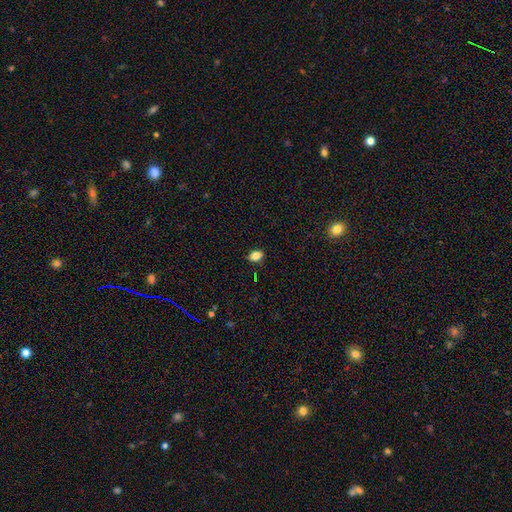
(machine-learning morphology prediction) The model was most divided on "how rounded": in between: 80%, round: 19%, cigar-shaped: 2%. More confident: merging — none (87%); smooth or featured — smooth (83%).